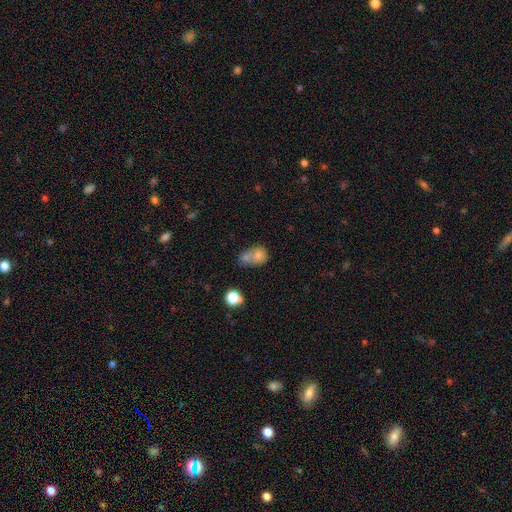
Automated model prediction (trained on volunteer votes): Smooth or featured? smooth (71%)
How rounded? in between (50%)
Merging? merger (58%)